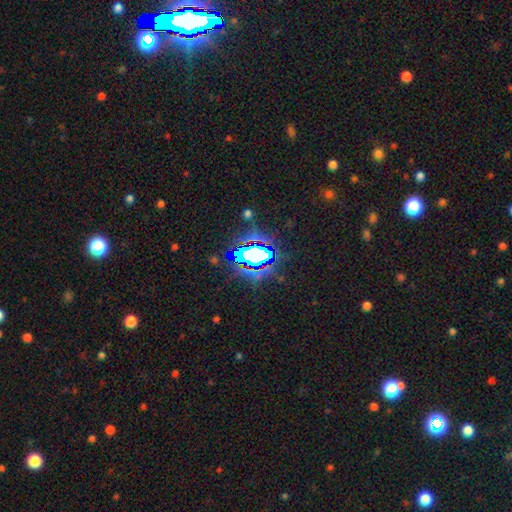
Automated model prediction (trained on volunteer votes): Overall: star or artifact (72%).